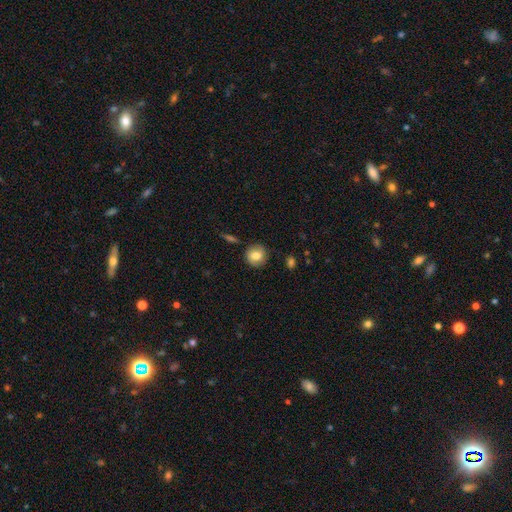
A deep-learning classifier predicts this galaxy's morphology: A smooth galaxy with no disk features (79%) that is round (89%). Merging: none (85%).